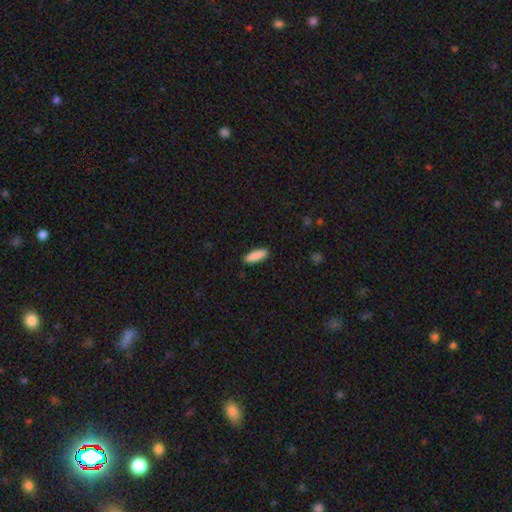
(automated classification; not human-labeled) This appears to be a smooth galaxy with no disk features (89%) that is in between round and cigar-shaped (49%, tied with cigar-shaped). Merging: none (89%).